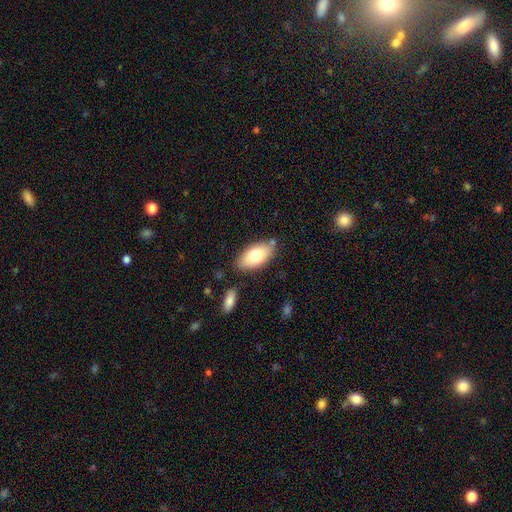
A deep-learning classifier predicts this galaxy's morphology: Smooth or featured: smooth — 78% (featured or disk — 16%)
How rounded: in between — 92% (cigar-shaped — 5%)
Merging: none — 77% (minor disturbance — 14%)